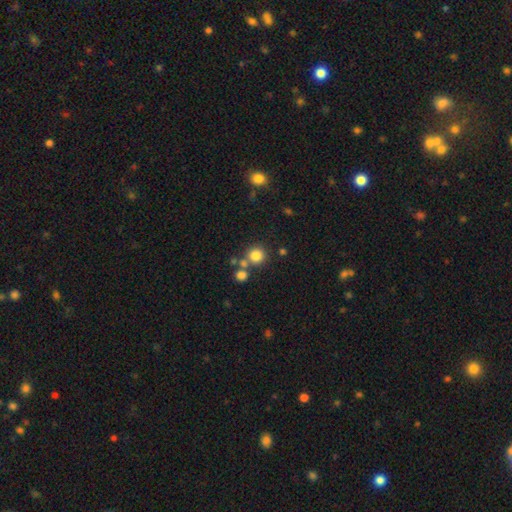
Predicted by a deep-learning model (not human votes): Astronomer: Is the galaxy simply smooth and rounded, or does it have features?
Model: smooth — 80%.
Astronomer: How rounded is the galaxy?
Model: round — 91%.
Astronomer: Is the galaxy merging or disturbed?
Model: none — 69%.